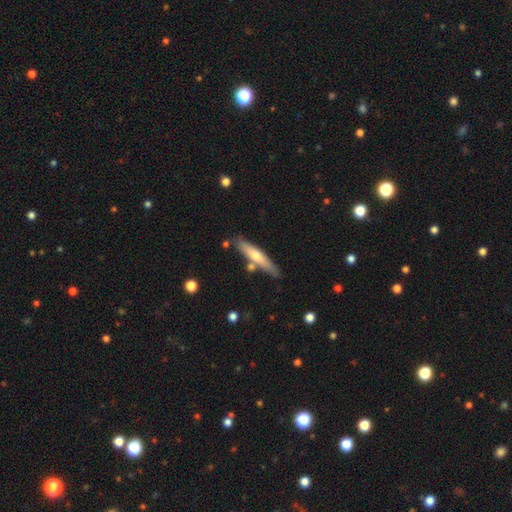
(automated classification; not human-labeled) A smooth galaxy with no disk features (55%) that is cigar-shaped (88%).

Vote fractions:
- Smooth or featured? smooth: 55% / featured or disk: 39% / star or artifact: 5%
- How rounded? cigar-shaped: 88% / in between: 11% / round: 1%
- Merging? none: 77% / minor disturbance: 13% / merger: 7% / major disturbance: 3%